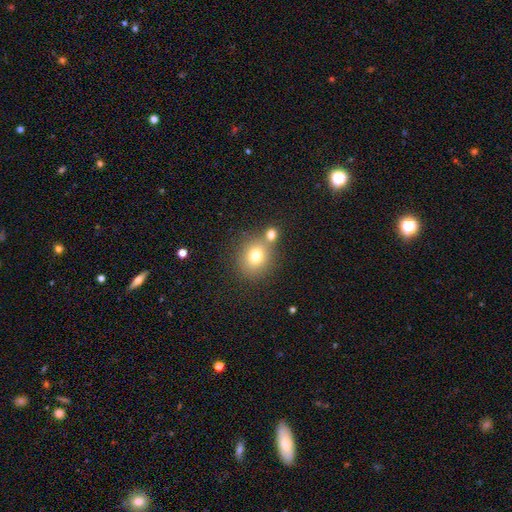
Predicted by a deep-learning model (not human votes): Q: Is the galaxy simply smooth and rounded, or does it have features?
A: smooth — 75%.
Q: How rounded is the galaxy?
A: round — 73%.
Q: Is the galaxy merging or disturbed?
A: none — 60%.